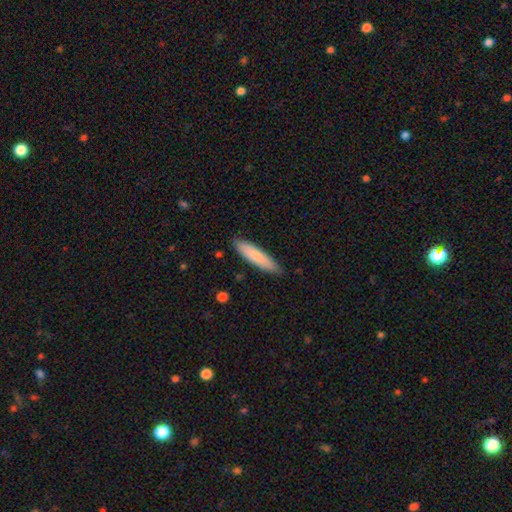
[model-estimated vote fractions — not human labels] Smooth or featured?
  - smooth: 79% *
  - featured or disk: 16%
  - star or artifact: 5%
How rounded?
  - cigar-shaped: 77% *
  - in between: 21%
  - round: 1%
Merging?
  - none: 87% *
  - minor disturbance: 10%
  - major disturbance: 2%
  - merger: 1%